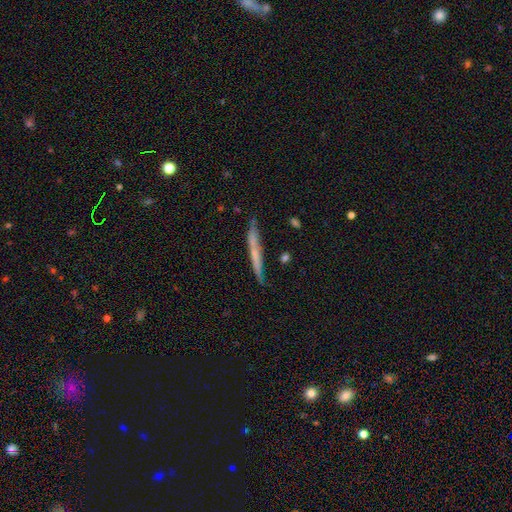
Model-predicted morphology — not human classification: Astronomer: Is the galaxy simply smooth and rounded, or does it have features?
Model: smooth — 50% (runner-up: featured or disk, 43%).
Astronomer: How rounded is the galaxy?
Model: cigar-shaped — 96%.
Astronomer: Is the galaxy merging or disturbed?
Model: none — 80%.